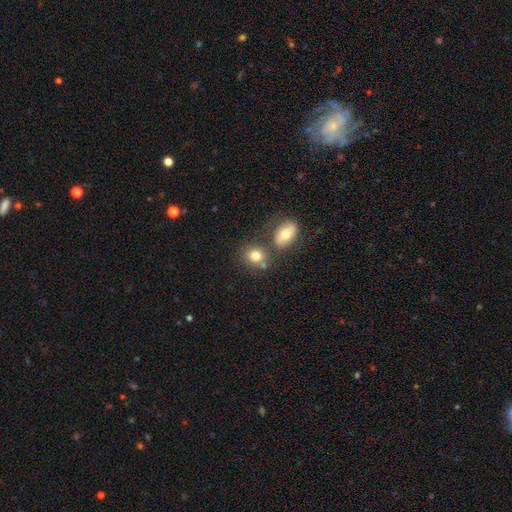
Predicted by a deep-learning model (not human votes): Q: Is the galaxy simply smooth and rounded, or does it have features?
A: smooth — 79%.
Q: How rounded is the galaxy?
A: round — 65%.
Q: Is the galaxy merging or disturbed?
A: none — 61%.